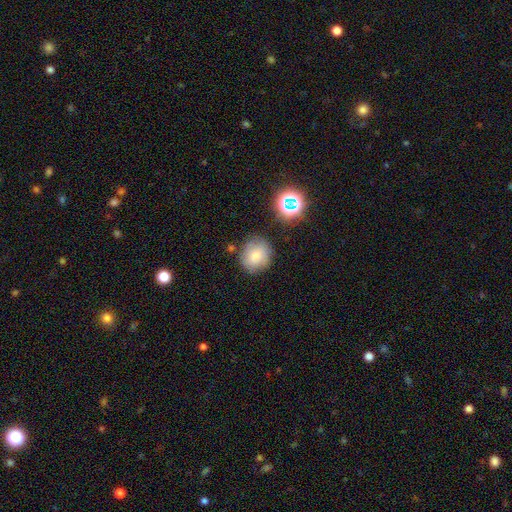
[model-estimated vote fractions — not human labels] A smooth galaxy with no disk features (77%) that is round (70%). Merging: none (75%).